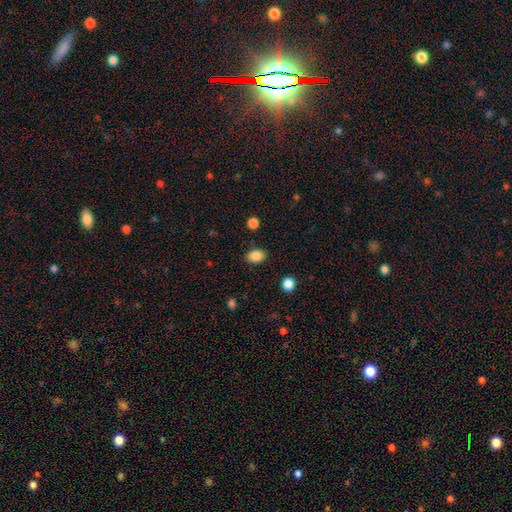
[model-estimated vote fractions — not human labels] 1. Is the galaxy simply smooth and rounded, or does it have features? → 86% smooth, 9% star or artifact, 4% featured or disk.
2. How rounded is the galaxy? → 81% in between, 18% round, 1% cigar-shaped.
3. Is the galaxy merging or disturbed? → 85% none, 10% minor disturbance, 3% major disturbance, 2% merger.